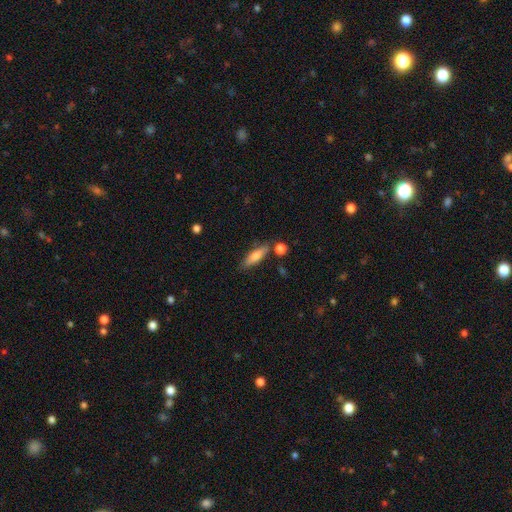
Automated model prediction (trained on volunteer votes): Smooth or featured: smooth — 68% (featured or disk — 26%)
How rounded: cigar-shaped — 57% (in between — 40%)
Merging: none — 73% (minor disturbance — 14%)